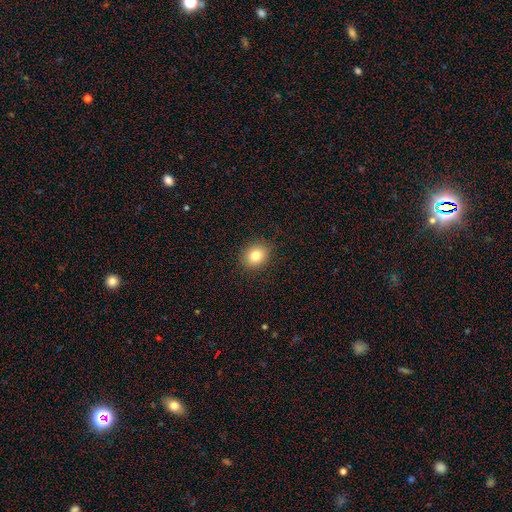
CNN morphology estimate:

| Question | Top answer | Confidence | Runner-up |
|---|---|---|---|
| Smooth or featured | smooth | 81% | star or artifact (11%) |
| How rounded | round | 61% | in between (38%) |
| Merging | none | 89% | minor disturbance (8%) |